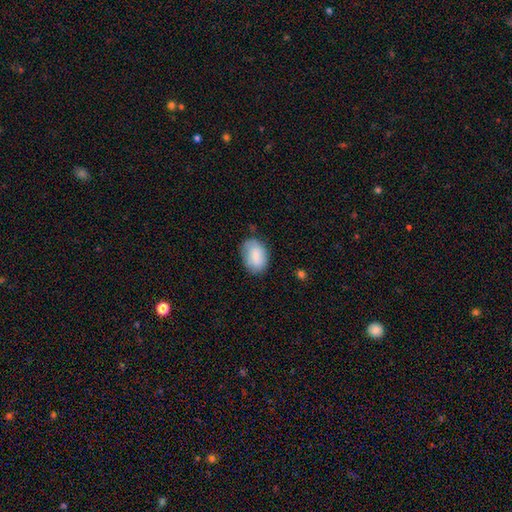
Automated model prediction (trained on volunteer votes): smooth 83%, featured or disk 10%, star or artifact 7%. Down the decision tree: how rounded — in between (80%); merging — none (68%).